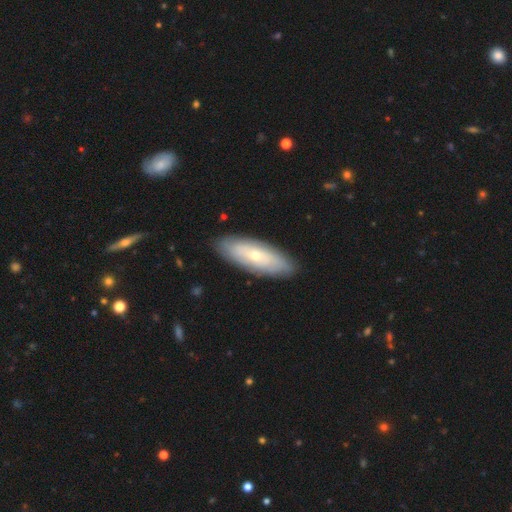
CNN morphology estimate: A featured or disk galaxy (51%). Merging: none (88%).